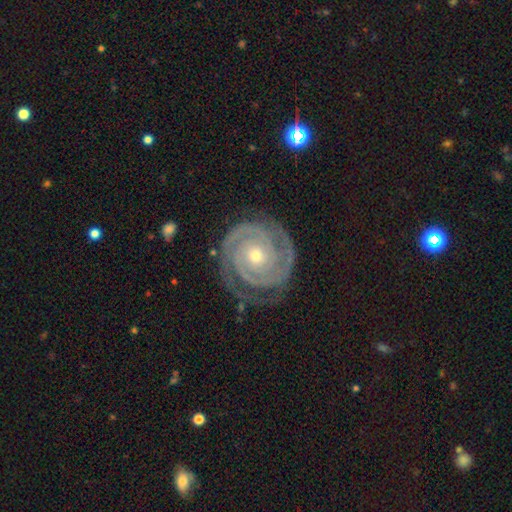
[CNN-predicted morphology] This is clearly a featured or disk galaxy (92%). It is clearly not viewed edge-on (98%). Bar: likely no (77%). Spiral arm pattern: clearly yes (98%). Spiral arm count: likely 2 (72%). Spiral winding: clearly tight (86%). Central bulge: possibly small (55%). Merging: likely none (79%).